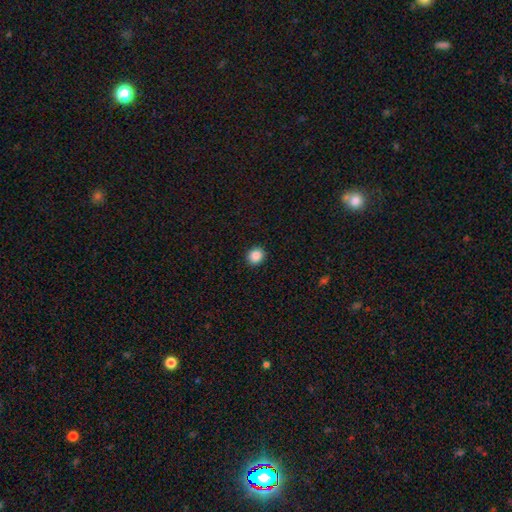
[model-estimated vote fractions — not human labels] Smooth or featured? Predicted: smooth (p=0.87). How rounded? Predicted: round (p=0.80). Merging? Predicted: none (p=0.91).